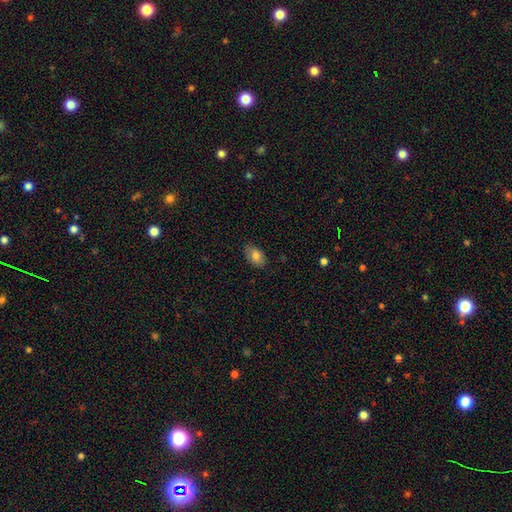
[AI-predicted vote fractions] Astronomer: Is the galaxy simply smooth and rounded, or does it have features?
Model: smooth — 82%.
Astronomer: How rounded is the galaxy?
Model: in between — 89%.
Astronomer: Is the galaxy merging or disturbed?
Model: none — 81%.